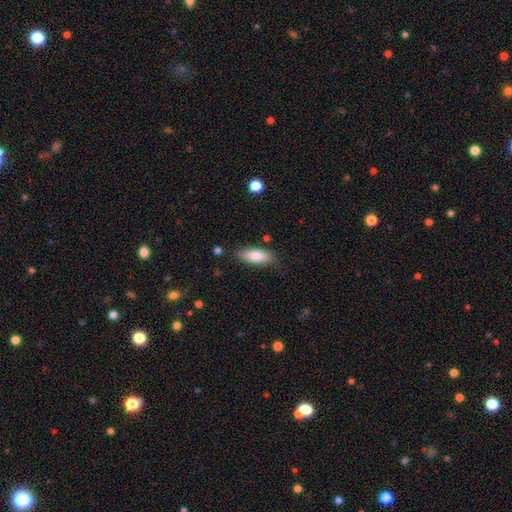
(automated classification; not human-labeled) Q: Smooth or featured?
A: smooth (81%); runner-up: featured or disk (12%)
Q: How rounded?
A: in between (75%); runner-up: cigar-shaped (23%)
Q: Merging?
A: none (80%); runner-up: minor disturbance (14%)